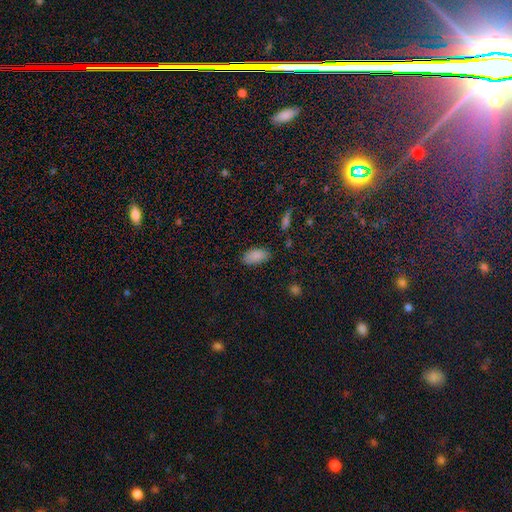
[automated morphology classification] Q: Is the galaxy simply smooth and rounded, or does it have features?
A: smooth — 86%.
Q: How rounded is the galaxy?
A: in between — 93%.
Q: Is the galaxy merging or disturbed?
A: none — 82%.